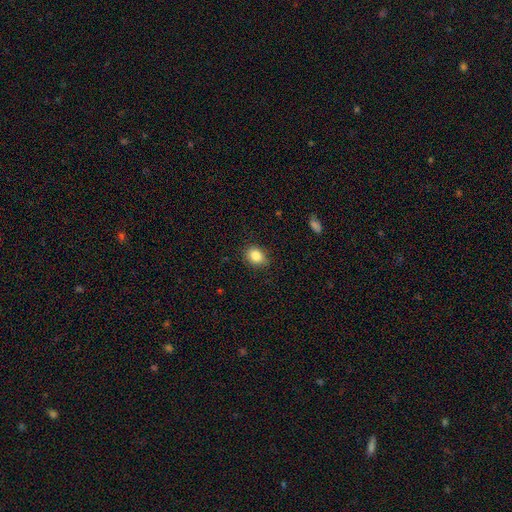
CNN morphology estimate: smooth-or-featured: smooth: 85% | star or artifact: 9% | featured or disk: 5%
  how-rounded: in between: 53% | round: 46% | cigar-shaped: 1%
  merging: none: 81% | minor disturbance: 15% | major disturbance: 3% | merger: 1%